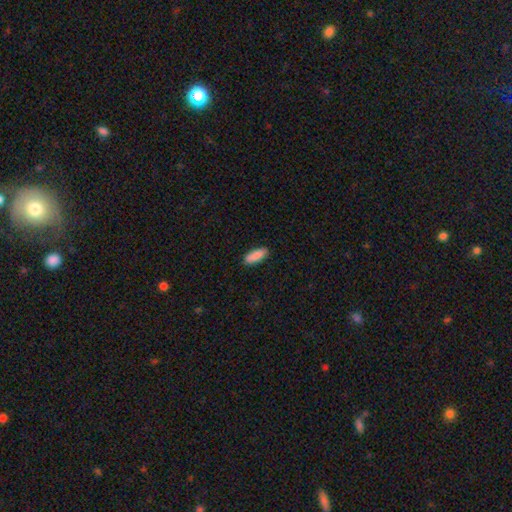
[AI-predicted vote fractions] Smooth or featured? Predicted: smooth (p=0.90). How rounded? Predicted: in between (p=0.65). Merging? Predicted: none (p=0.89).